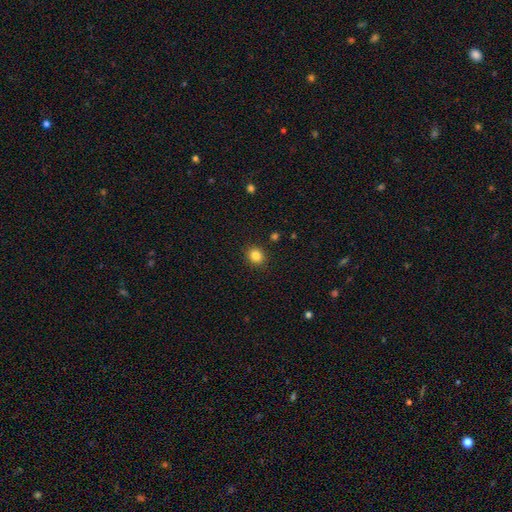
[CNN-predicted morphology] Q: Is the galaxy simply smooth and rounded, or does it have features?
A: smooth — 84%.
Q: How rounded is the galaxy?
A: round — 81%.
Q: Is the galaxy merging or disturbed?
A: none — 91%.